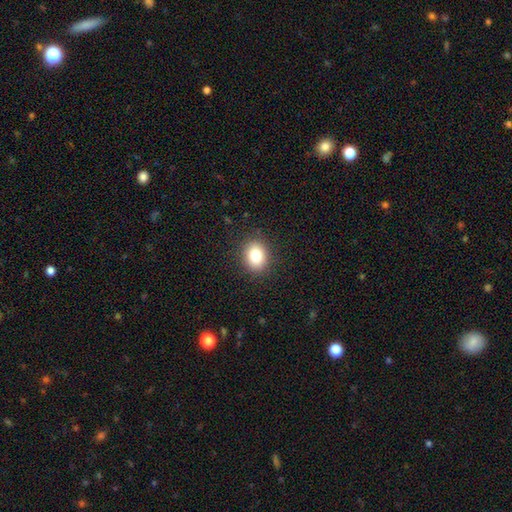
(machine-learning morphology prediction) type=smooth (82%); roundness=in between (50%); merging=none (89%).